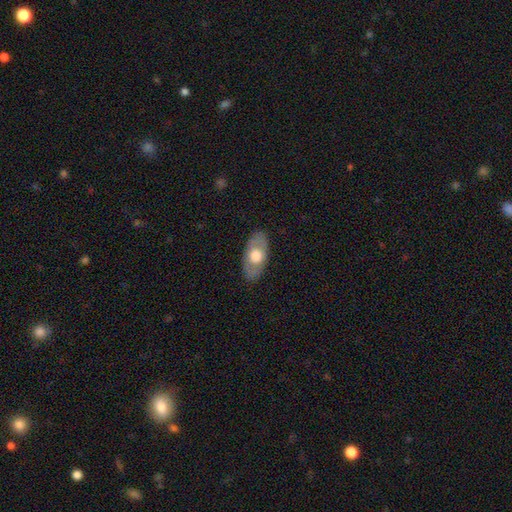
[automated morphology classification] Smooth or featured? smooth (54%)
How rounded? in between (89%)
Merging? none (84%)